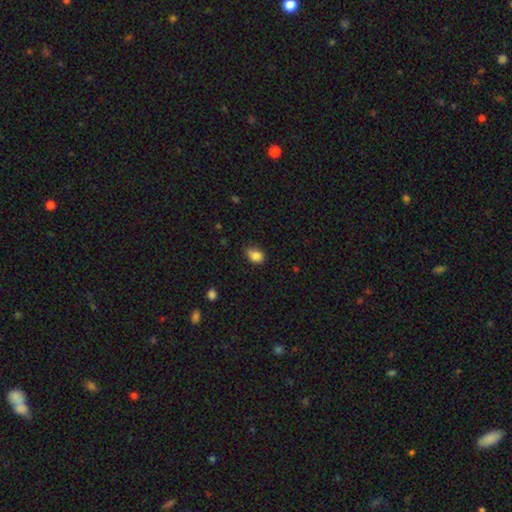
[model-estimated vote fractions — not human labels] This appears to be a smooth galaxy with no disk features (85%) that is in between round and cigar-shaped (64%). Merging: none (57%).